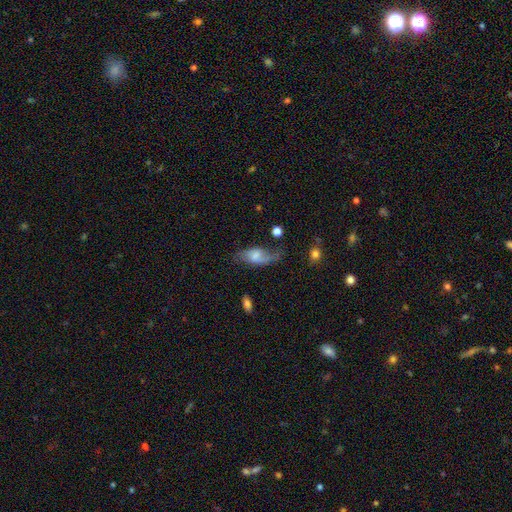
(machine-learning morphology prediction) A featured or disk galaxy (57%) with no bar (44%, tied with weak), spiral arms (85%) and a moderate central bulge (36%).

Vote fractions:
- Smooth or featured? featured or disk: 57% / smooth: 36% / star or artifact: 8%
- Edge-on disk? no: 91% / yes: 9%
- Bar? no: 44% (tied) / weak: 44% (tied) / strong: 12%
- Spiral arms? yes: 85% / no: 15%
- Bulge size? moderate: 36% / small: 33% / none: 16% / large: 12% / dominant: 2%
- Merging? none: 48% / minor disturbance: 27% / major disturbance: 21% / merger: 4%